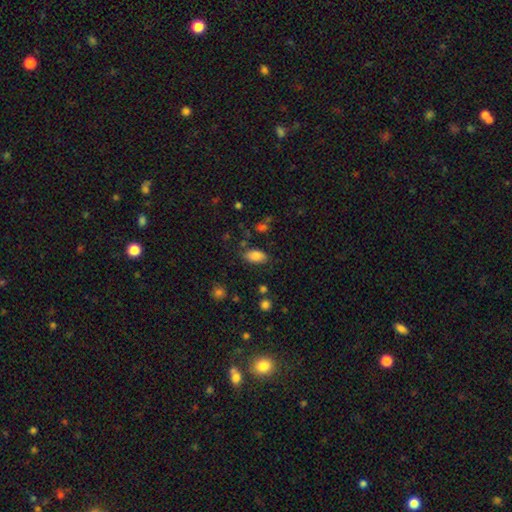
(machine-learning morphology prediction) smooth_or_featured: smooth (p=0.83) [alt: star or artifact p=0.09]
how_rounded: in between (p=0.92) [alt: round p=0.05]
merging: none (p=0.77) [alt: minor disturbance p=0.15]